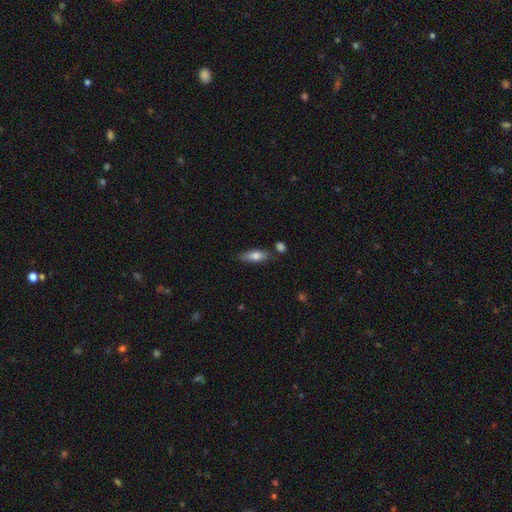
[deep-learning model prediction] A smooth galaxy with no disk features (72%) that is in between round and cigar-shaped (59%).

Vote fractions:
- Smooth or featured? smooth: 72% / featured or disk: 22% / star or artifact: 7%
- How rounded? in between: 59% / cigar-shaped: 39% / round: 3%
- Merging? none: 72% / minor disturbance: 17% / merger: 8% / major disturbance: 4%